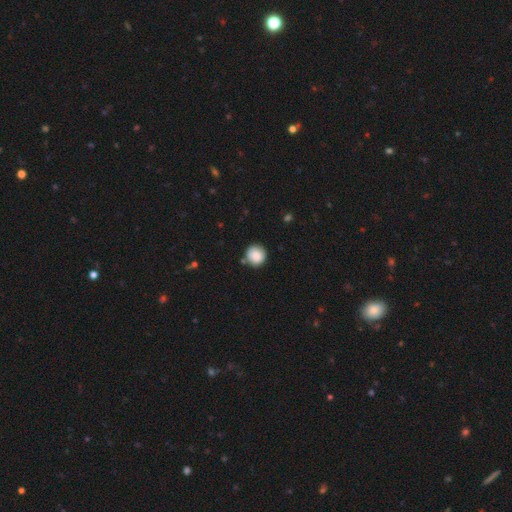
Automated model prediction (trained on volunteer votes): Smooth or featured: smooth — 87% (star or artifact — 8%)
How rounded: round — 94% (in between — 5%)
Merging: none — 83% (minor disturbance — 11%)